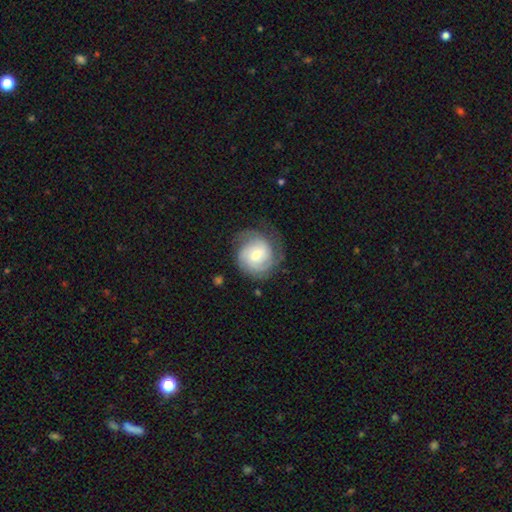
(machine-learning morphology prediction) Smooth or featured?
  - featured or disk: 66% *
  - smooth: 27%
  - star or artifact: 7%
Edge-on disk?
  - no: 97% *
  - yes: 3%
Bar?
  - no: 58% *
  - weak: 34%
  - strong: 8%
Spiral arms?
  - yes: 91% *
  - no: 9%
Spiral winding?
  - tight: 59% *
  - medium: 30%
  - loose: 10%
Spiral arm count?
  - 2: 35% *
  - can't tell: 30%
  - 3: 20%
  - 1: 6%
  - 4: 5%
  - more than 4: 4%
Bulge size?
  - moderate: 52% *
  - small: 40%
  - large: 5%
  - none: 1%
  - dominant: 1%
Merging?
  - none: 70% *
  - minor disturbance: 19%
  - major disturbance: 10%
  - merger: 1%